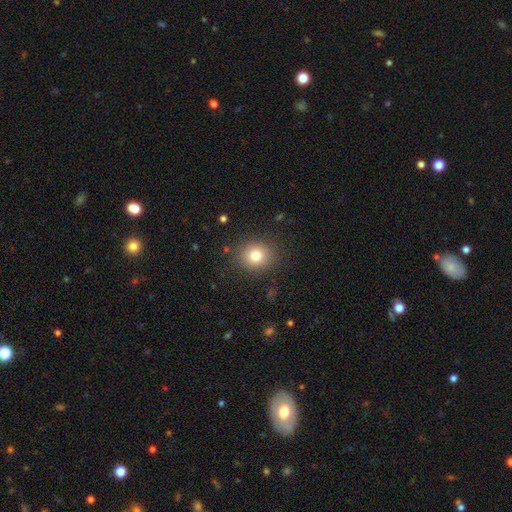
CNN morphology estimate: This is likely a smooth galaxy (79%). How rounded: clearly round (81%). Merging: clearly none (87%).